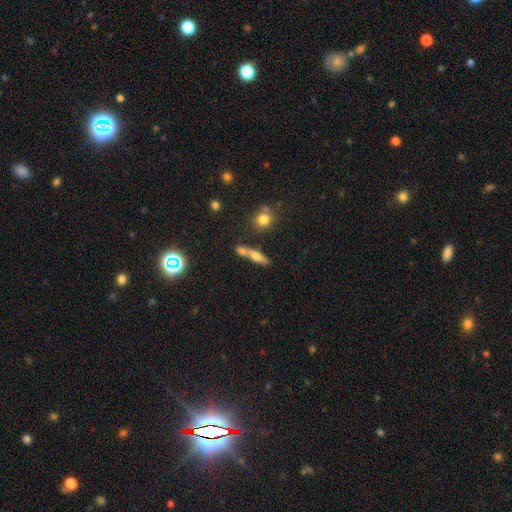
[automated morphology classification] Q: Smooth or featured?
A: smooth (57%); runner-up: featured or disk (31%)
Q: How rounded?
A: cigar-shaped (66%); runner-up: in between (28%)
Q: Merging?
A: none (51%); runner-up: merger (31%)